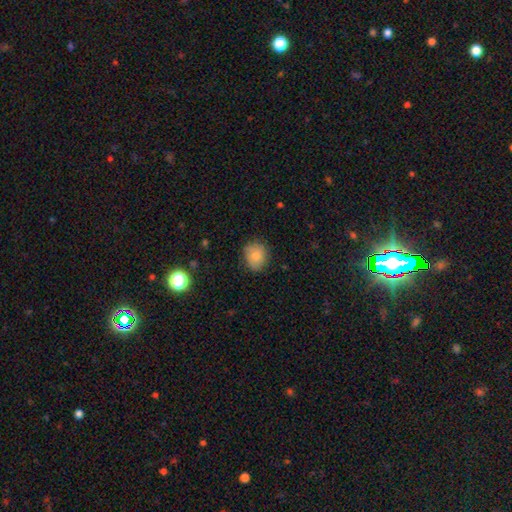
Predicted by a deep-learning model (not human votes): smooth-or-featured: smooth: 80% | featured or disk: 11% | star or artifact: 10%
  how-rounded: round: 70% | in between: 29% | cigar-shaped: 1%
  merging: none: 78% | minor disturbance: 17% | major disturbance: 3% | merger: 1%